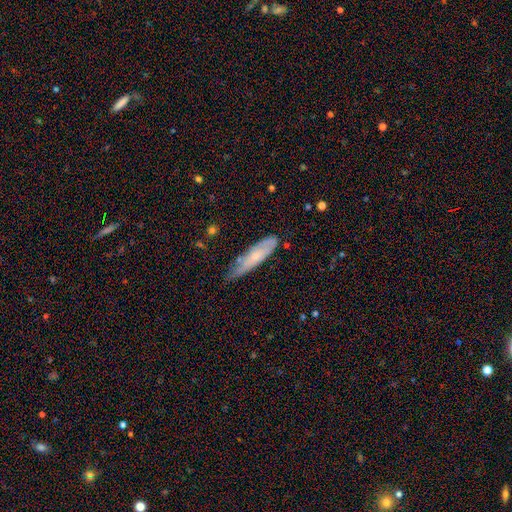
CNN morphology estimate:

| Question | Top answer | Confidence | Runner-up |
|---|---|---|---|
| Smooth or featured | smooth | 52% | featured or disk (40%) |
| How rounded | cigar-shaped | 73% | in between (26%) |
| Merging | none | 58% | minor disturbance (33%) |